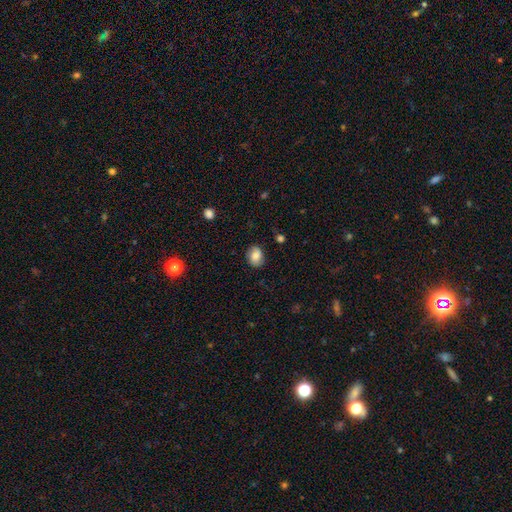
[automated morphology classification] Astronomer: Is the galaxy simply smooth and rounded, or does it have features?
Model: smooth — 75%.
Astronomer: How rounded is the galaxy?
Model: in between — 57% (runner-up: round, 42%).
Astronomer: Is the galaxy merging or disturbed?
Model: none — 82%.